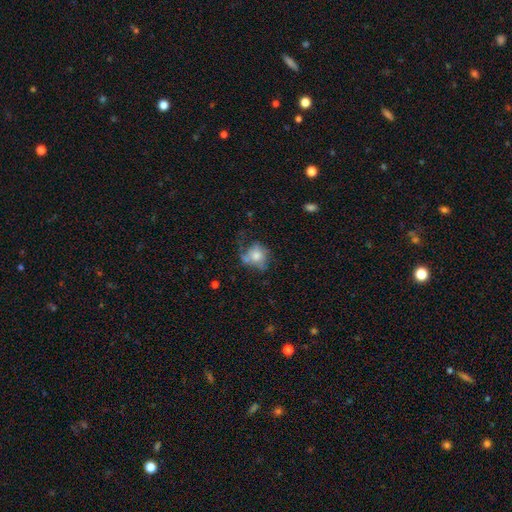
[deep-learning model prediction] Overall: smooth (58%; featured or disk 32%). How rounded: round (58%; in between 40%). Merging: none (37%; major disturbance 30%).